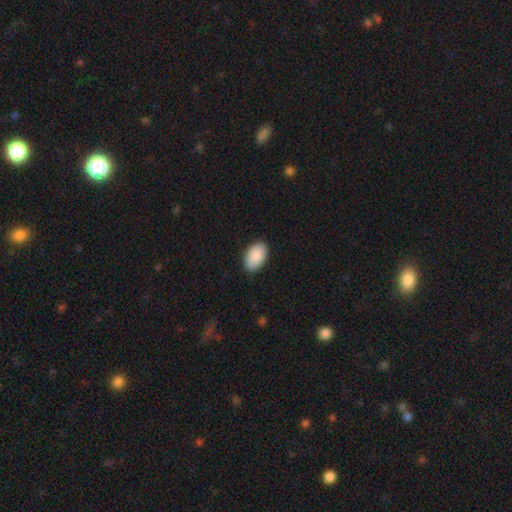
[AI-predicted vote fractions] smooth_or_featured: smooth (p=0.90) [alt: star or artifact p=0.06]
how_rounded: in between (p=0.93) [alt: round p=0.06]
merging: none (p=0.87) [alt: minor disturbance p=0.10]